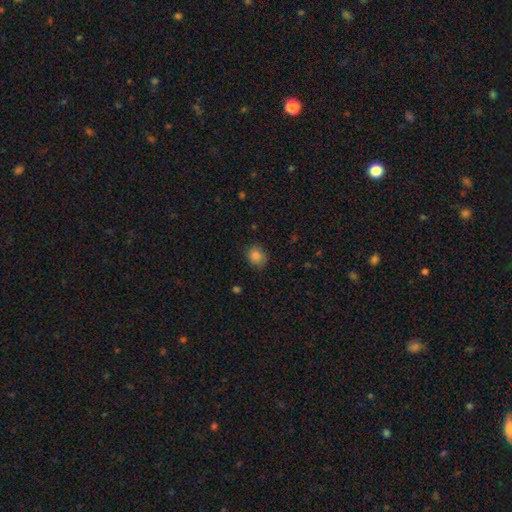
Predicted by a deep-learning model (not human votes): A smooth galaxy with no disk features (85%) that is round (70%). Merging: none (80%).